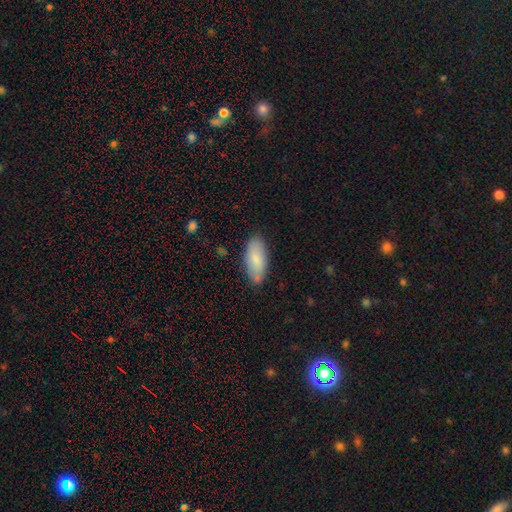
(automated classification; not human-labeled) Q: Smooth or featured?
A: smooth (83%); runner-up: featured or disk (11%)
Q: How rounded?
A: in between (86%); runner-up: cigar-shaped (12%)
Q: Merging?
A: none (78%); runner-up: minor disturbance (16%)